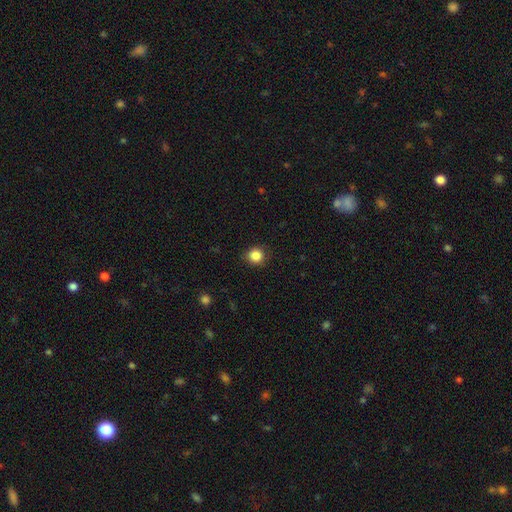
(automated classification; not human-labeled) Q: Smooth or featured?
A: smooth (86%); runner-up: star or artifact (11%)
Q: How rounded?
A: round (89%); runner-up: in between (10%)
Q: Merging?
A: none (88%); runner-up: minor disturbance (9%)